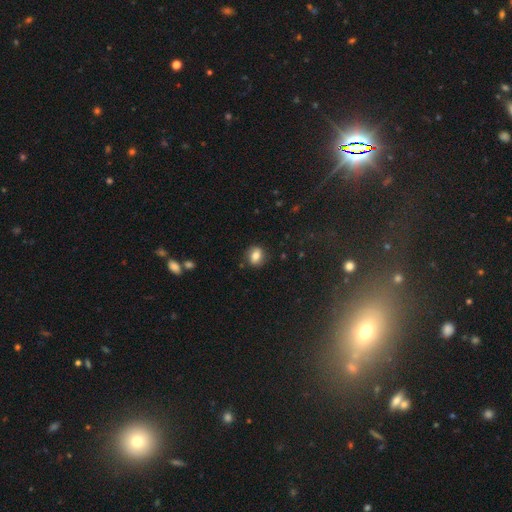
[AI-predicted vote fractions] smooth_or_featured: smooth (p=0.75) [alt: featured or disk p=0.15]
how_rounded: round (p=0.54) [alt: in between p=0.44]
merging: none (p=0.83) [alt: minor disturbance p=0.12]